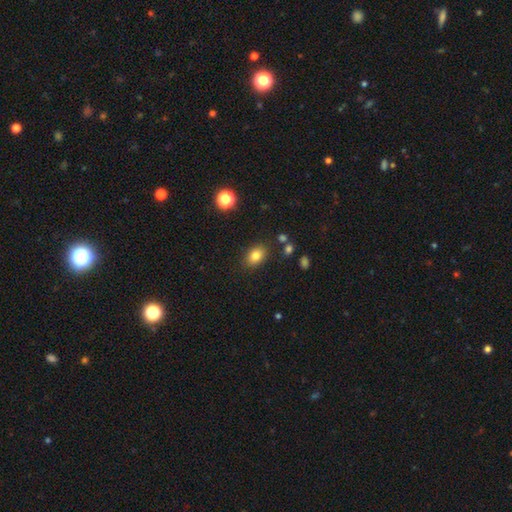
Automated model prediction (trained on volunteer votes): Morphology: type=smooth (82%); roundness=in between (77%); merging=none (84%).